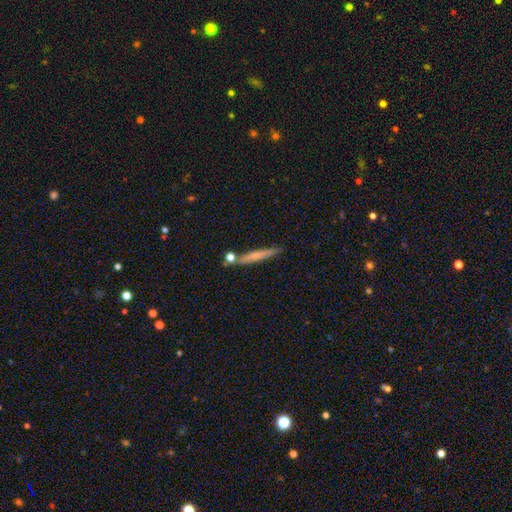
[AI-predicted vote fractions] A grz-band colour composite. It shows a smooth galaxy with no disk features (54%) that is cigar-shaped (94%). Merging: none (78%).